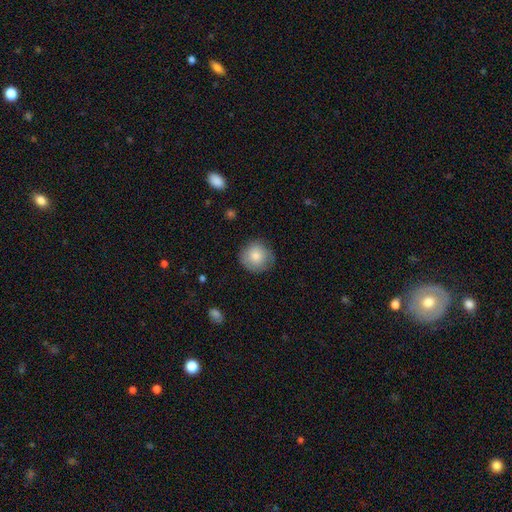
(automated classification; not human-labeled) smooth_or_featured: smooth (p=0.81) [alt: featured or disk p=0.12]
how_rounded: round (p=0.91) [alt: in between p=0.08]
merging: none (p=0.80) [alt: minor disturbance p=0.16]